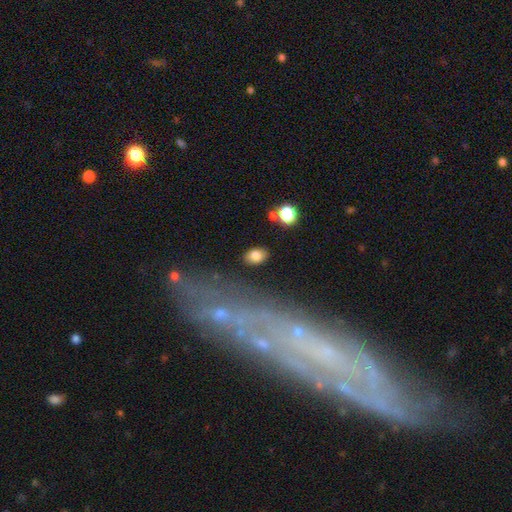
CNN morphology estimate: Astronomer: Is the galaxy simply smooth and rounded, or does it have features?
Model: smooth — 82%.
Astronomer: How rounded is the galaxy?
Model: in between — 79%.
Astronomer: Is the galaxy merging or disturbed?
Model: none — 84%.